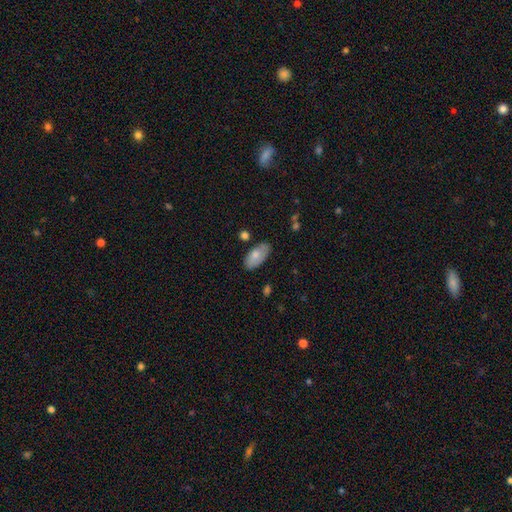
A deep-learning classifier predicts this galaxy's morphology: Smooth or featured: smooth — 75% (featured or disk — 18%)
How rounded: in between — 93% (cigar-shaped — 5%)
Merging: none — 73% (minor disturbance — 20%)